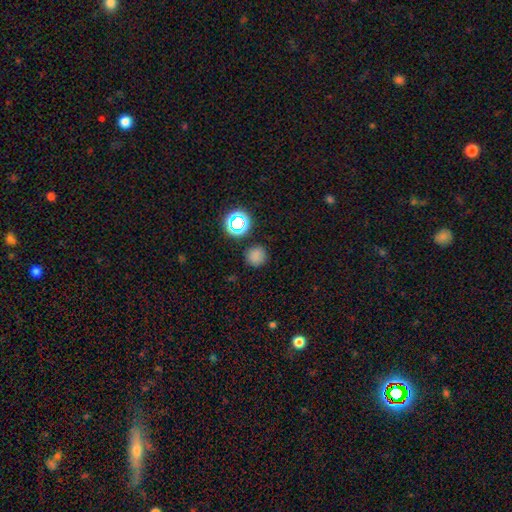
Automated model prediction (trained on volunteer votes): Smooth or featured? smooth (75%)
How rounded? round (93%)
Merging? none (86%)